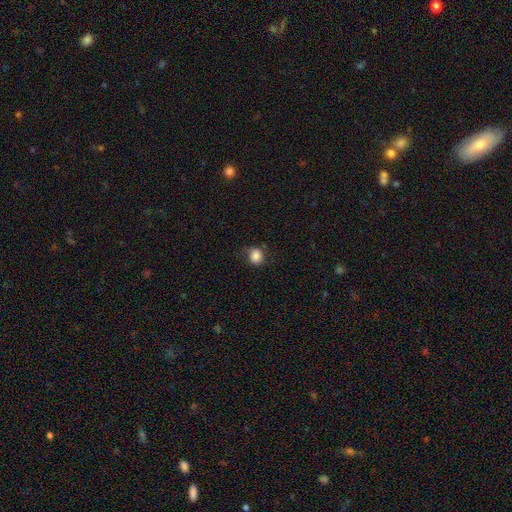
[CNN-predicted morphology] smooth 84%, star or artifact 10%, featured or disk 6%. Down the decision tree: how rounded — round (77%); merging — none (72%).